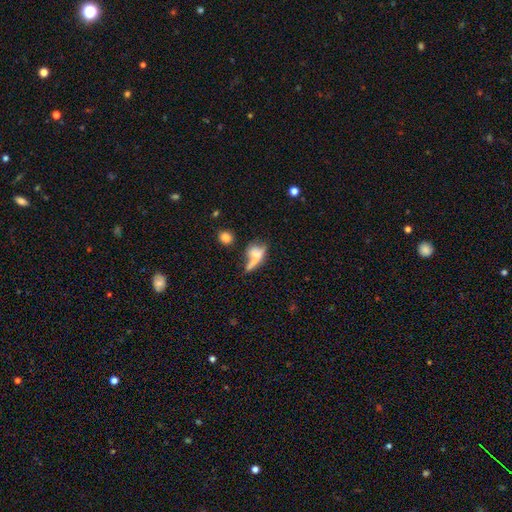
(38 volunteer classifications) This is possibly a smooth galaxy (58%). How rounded: possibly cigar-shaped (50%). Merging: marginally merger (37%).